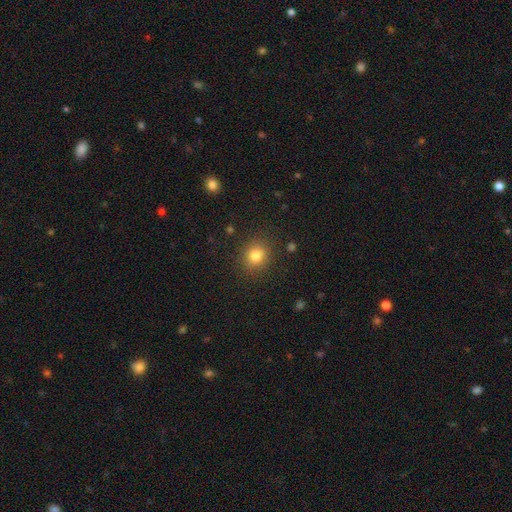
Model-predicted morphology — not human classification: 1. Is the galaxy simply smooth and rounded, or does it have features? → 80% smooth, 13% star or artifact, 7% featured or disk.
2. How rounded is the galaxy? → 78% round, 22% in between, 1% cigar-shaped.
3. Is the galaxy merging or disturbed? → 87% none, 9% minor disturbance, 3% major disturbance, 2% merger.